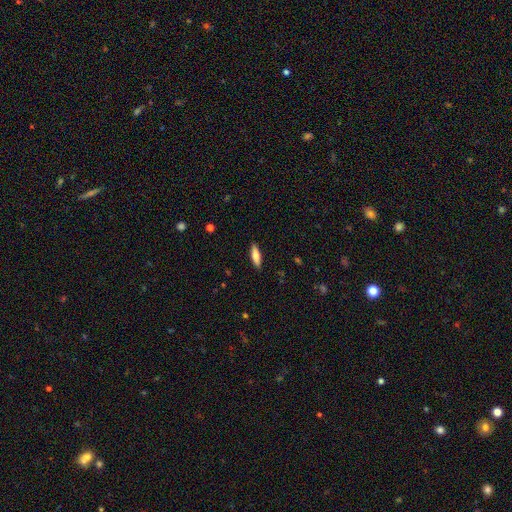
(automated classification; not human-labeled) smooth-or-featured: smooth: 71% | featured or disk: 23% | star or artifact: 6%
  how-rounded: cigar-shaped: 54% | in between: 44% | round: 2%
  merging: none: 89% | minor disturbance: 9% | major disturbance: 2% | merger: 1%